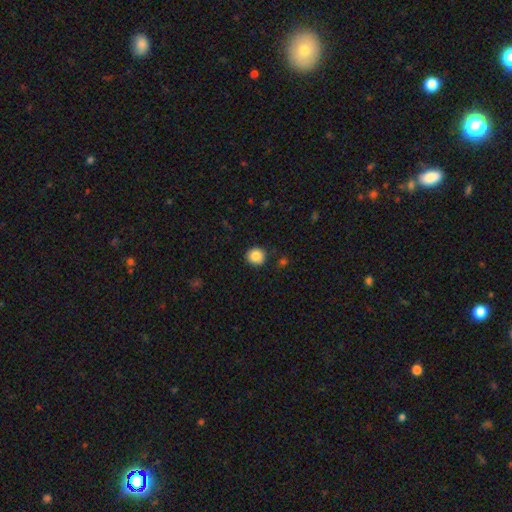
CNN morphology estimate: A smooth galaxy with no disk features (86%) that is round (91%).

Vote fractions:
- Smooth or featured? smooth: 86% / star or artifact: 9% / featured or disk: 5%
- How rounded? round: 91% / in between: 8% / cigar-shaped: 1%
- Merging? none: 89% / minor disturbance: 8% / major disturbance: 2% / merger: 2%